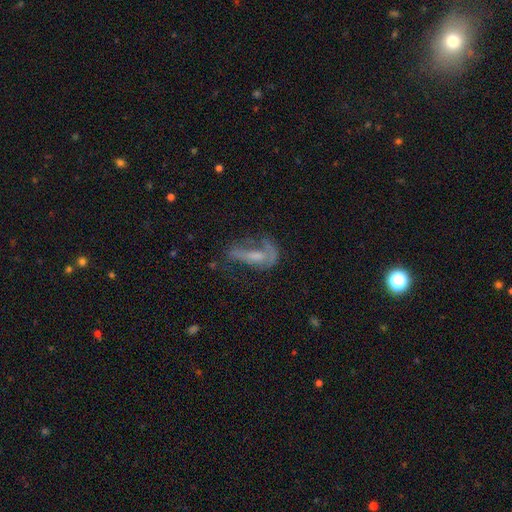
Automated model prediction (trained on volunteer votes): smooth_or_featured: featured or disk (p=0.58) [alt: smooth p=0.30]
disk_edge_on: no (p=0.89) [alt: yes p=0.11]
bar: no (p=0.51) [alt: weak p=0.30]
has_spiral_arms: yes (p=0.55) [alt: no p=0.45]
bulge_size: none (p=0.36) [alt: small p=0.30]
merging: major disturbance (p=0.43) [alt: none p=0.33]